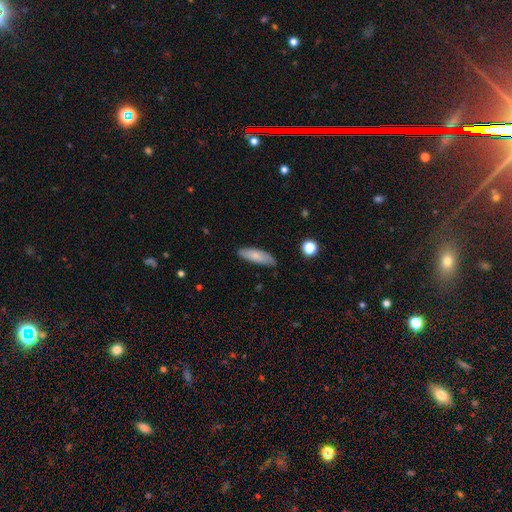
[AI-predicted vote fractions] smooth 76%, featured or disk 18%, star or artifact 6%. Down the decision tree: how rounded — in between (52%); merging — none (78%).